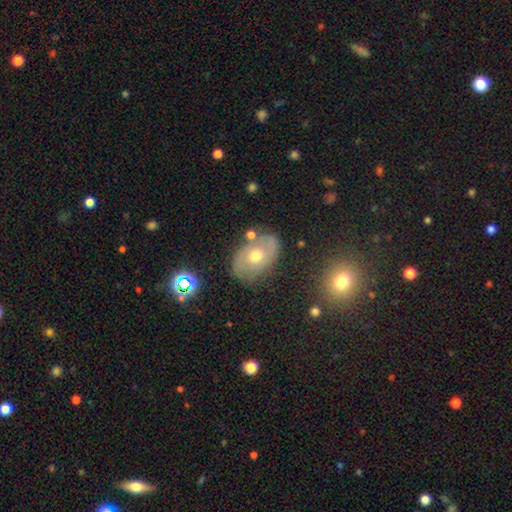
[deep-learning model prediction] Smooth or featured? Predicted: featured or disk (p=0.57). Edge-on disk? Predicted: no (p=0.94). Bar? Predicted: no (p=0.77). Spiral arms? Predicted: yes (p=0.62). Bulge size? Predicted: moderate (p=0.75). Merging? Predicted: none (p=0.76).